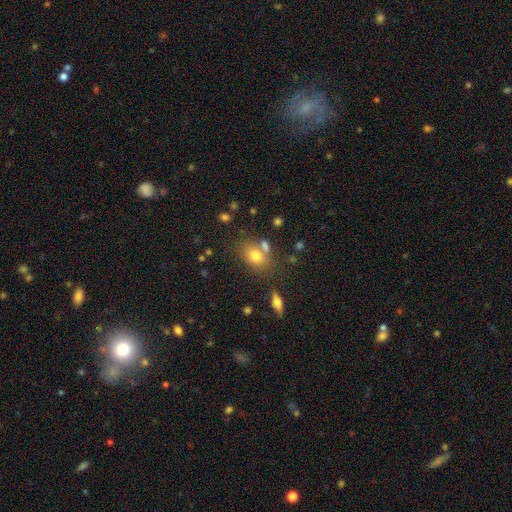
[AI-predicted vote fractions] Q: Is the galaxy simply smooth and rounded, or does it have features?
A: smooth — 75%.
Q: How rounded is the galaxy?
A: in between — 70%.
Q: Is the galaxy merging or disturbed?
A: none — 59%.